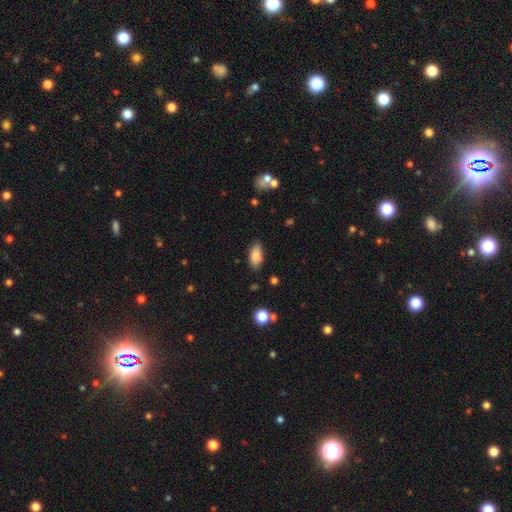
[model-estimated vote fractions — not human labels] Q: Smooth or featured?
A: smooth (85%); runner-up: featured or disk (8%)
Q: How rounded?
A: in between (90%); runner-up: cigar-shaped (8%)
Q: Merging?
A: none (84%); runner-up: minor disturbance (12%)